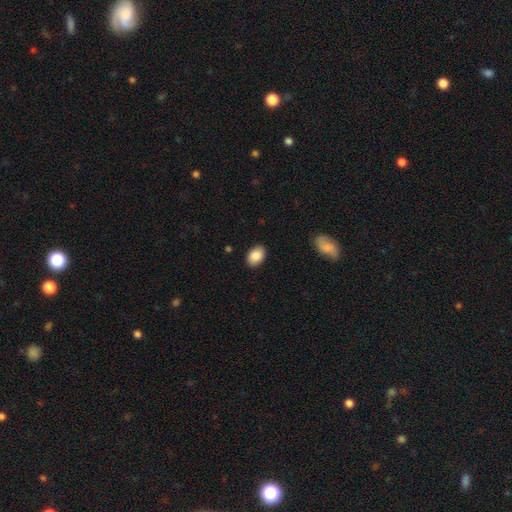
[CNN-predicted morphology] Q: Smooth or featured?
A: smooth (88%); runner-up: star or artifact (7%)
Q: How rounded?
A: in between (82%); runner-up: round (17%)
Q: Merging?
A: none (89%); runner-up: minor disturbance (8%)